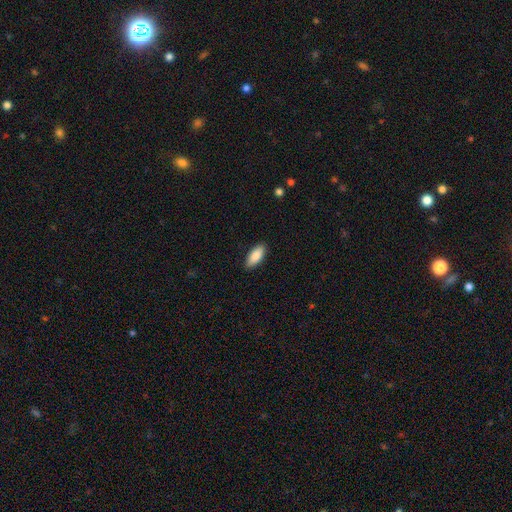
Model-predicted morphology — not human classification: type=smooth (88%); roundness=in between (81%); merging=none (89%).